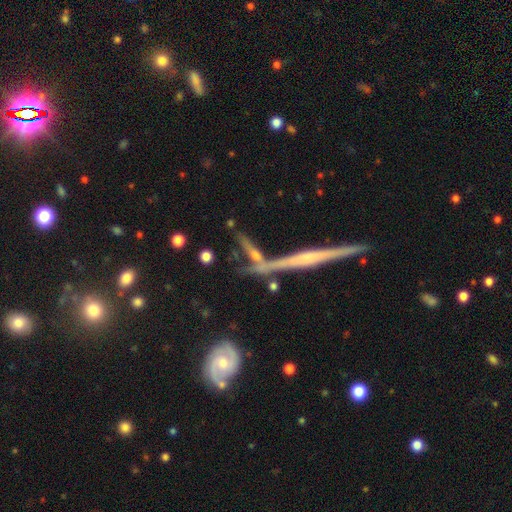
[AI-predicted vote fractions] This appears to be a featured or disk galaxy (58%) viewed edge-on (83%). Merging: none (56%).